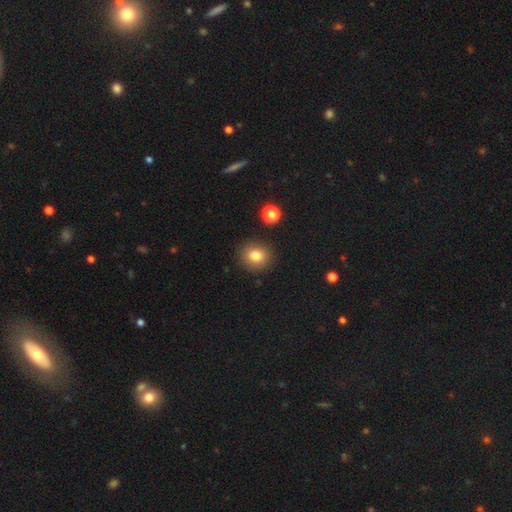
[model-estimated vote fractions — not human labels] A smooth galaxy with no disk features (81%) that is round (81%). Merging: none (89%).